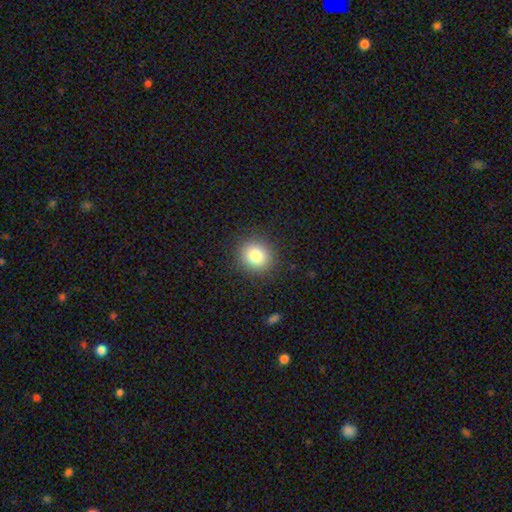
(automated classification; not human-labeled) smooth_or_featured: smooth (p=0.82) [alt: star or artifact p=0.11]
how_rounded: round (p=0.87) [alt: in between p=0.12]
merging: none (p=0.90) [alt: minor disturbance p=0.07]